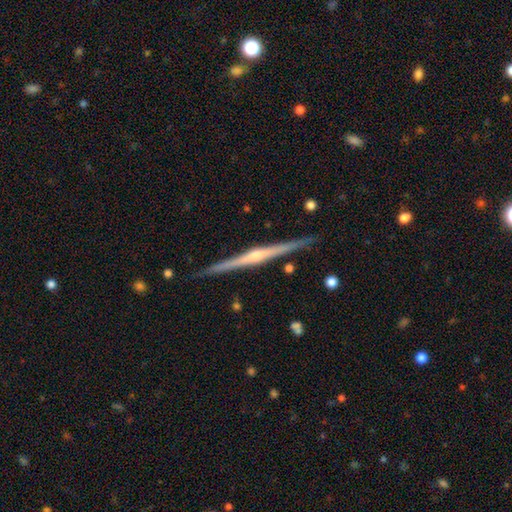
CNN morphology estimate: smooth_or_featured: featured or disk (p=0.82) [alt: smooth p=0.13]
disk_edge_on: yes (p=0.99) [alt: no p=0.01]
edge_on_bulge: rounded (p=0.76) [alt: none p=0.15]
merging: none (p=0.89) [alt: minor disturbance p=0.08]